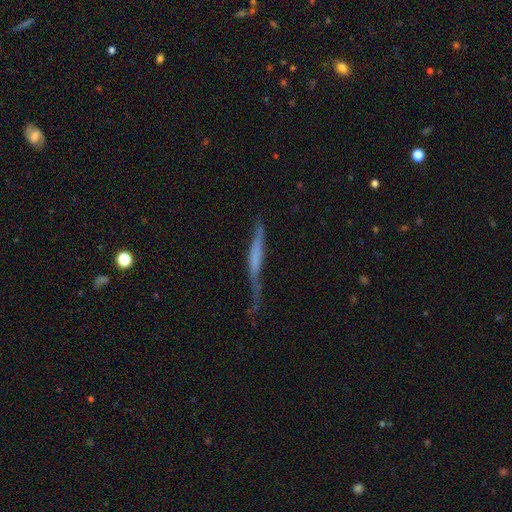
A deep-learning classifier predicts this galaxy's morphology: Smooth or featured: featured or disk — 52% (smooth — 40%)
Edge-on disk: yes — 87% (no — 13%)
Merging: none — 45% (minor disturbance — 31%)